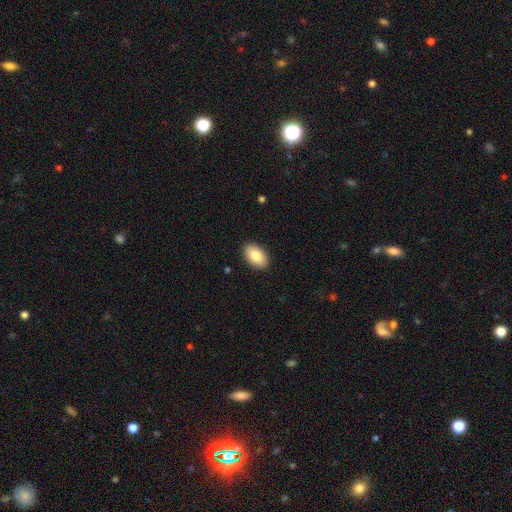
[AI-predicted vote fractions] Overall: smooth (85%). How rounded: in between (92%). Merging: none (90%).